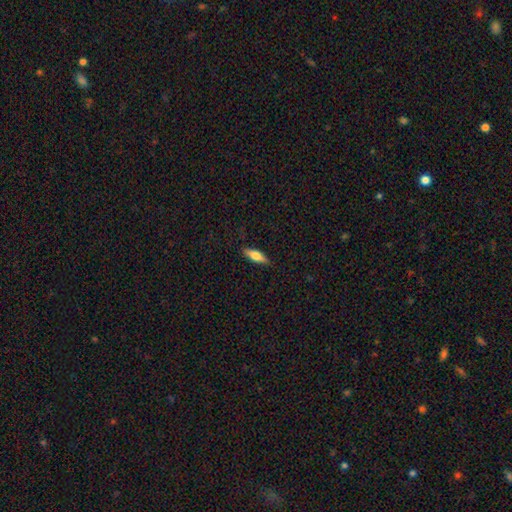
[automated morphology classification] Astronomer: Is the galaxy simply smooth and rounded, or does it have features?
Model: smooth — 66%.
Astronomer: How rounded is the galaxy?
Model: in between — 54% (runner-up: cigar-shaped, 43%).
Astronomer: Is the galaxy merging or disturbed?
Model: none — 87%.